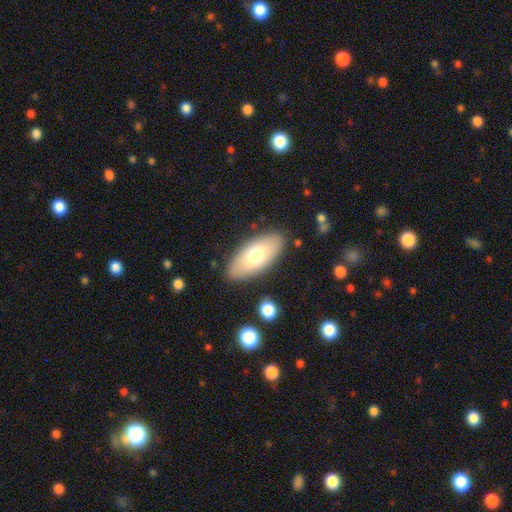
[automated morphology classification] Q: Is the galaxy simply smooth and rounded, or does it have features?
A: smooth — 72%.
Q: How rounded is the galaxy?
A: in between — 87%.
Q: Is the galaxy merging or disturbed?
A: none — 86%.